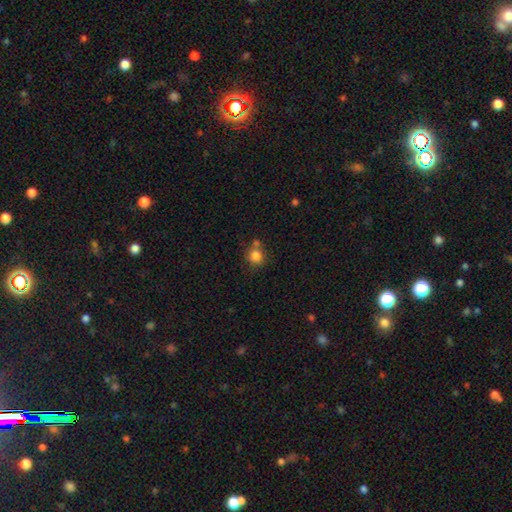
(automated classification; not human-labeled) This appears to be a smooth galaxy with no disk features (82%) that is round (82%). Merging: none (59%).